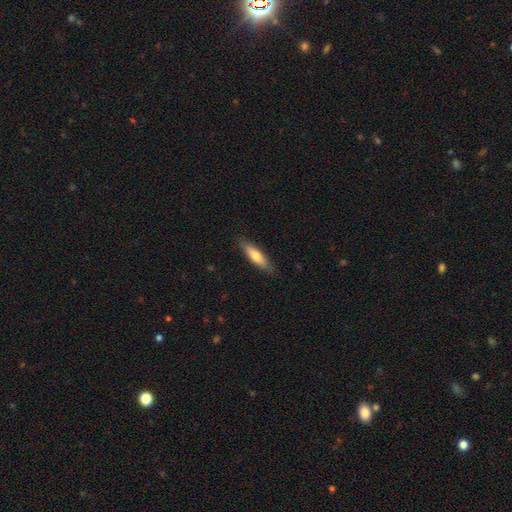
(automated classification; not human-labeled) The model was most divided on "how rounded": cigar-shaped: 65%, in between: 33%, round: 2%. More confident: merging — none (86%); smooth or featured — smooth (66%).